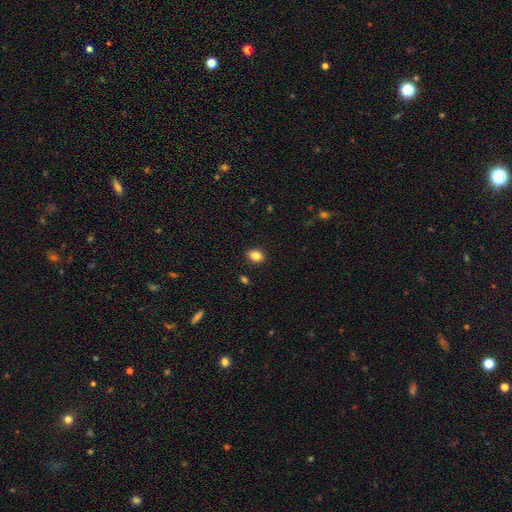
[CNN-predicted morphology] A smooth galaxy with no disk features (85%) that is in between round and cigar-shaped (64%).

Vote fractions:
- Smooth or featured? smooth: 85% / star or artifact: 9% / featured or disk: 6%
- How rounded? in between: 64% / round: 35% / cigar-shaped: 1%
- Merging? none: 89% / minor disturbance: 7% / major disturbance: 2% / merger: 2%